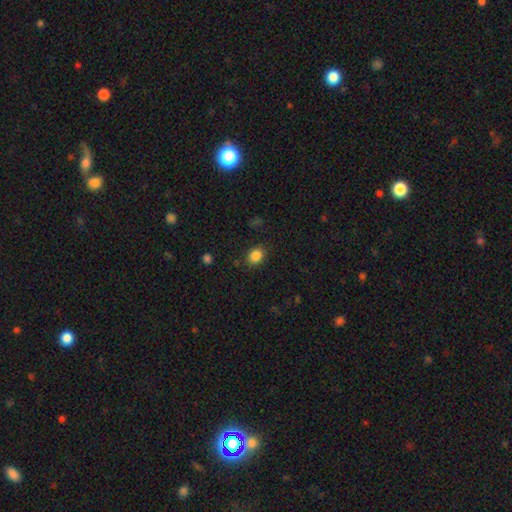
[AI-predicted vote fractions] A smooth galaxy with no disk features (86%) that is round (53%).

Vote fractions:
- Smooth or featured? smooth: 86% / star or artifact: 10% / featured or disk: 4%
- How rounded? round: 53% / in between: 46% / cigar-shaped: 1%
- Merging? none: 85% / minor disturbance: 10% / major disturbance: 3% / merger: 1%